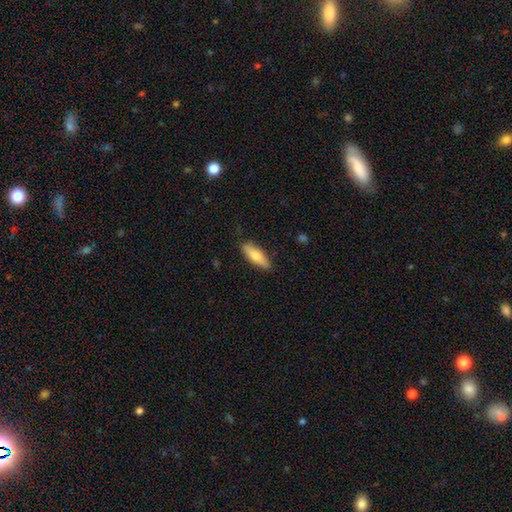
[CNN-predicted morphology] Smooth or featured: smooth — 71% (featured or disk — 24%)
How rounded: cigar-shaped — 50% (in between — 48%)
Merging: none — 85% (minor disturbance — 12%)